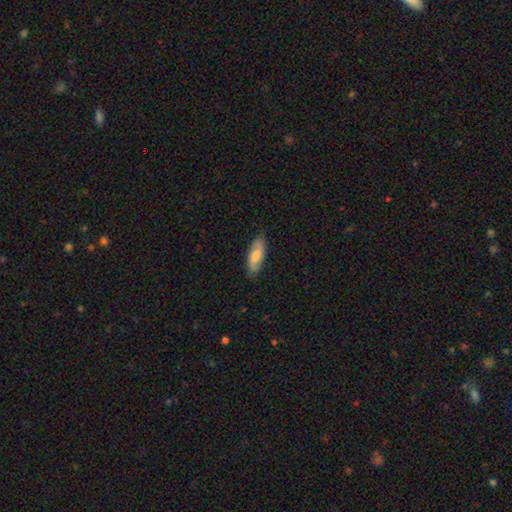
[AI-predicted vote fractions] Morphology: type=smooth (53%); roundness=in between (71%); merging=none (84%).